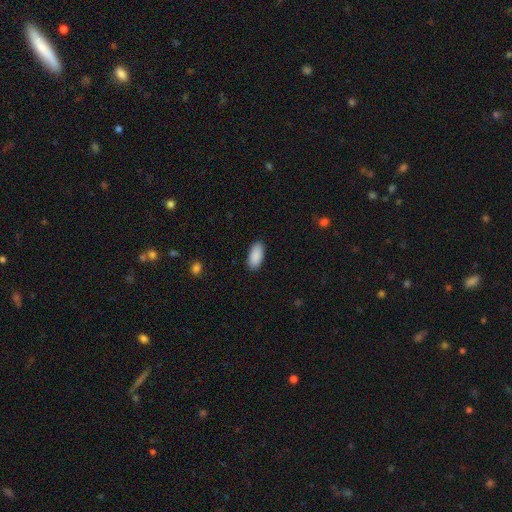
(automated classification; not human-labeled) Overall: smooth (91%). How rounded: in between (93%). Merging: none (88%).